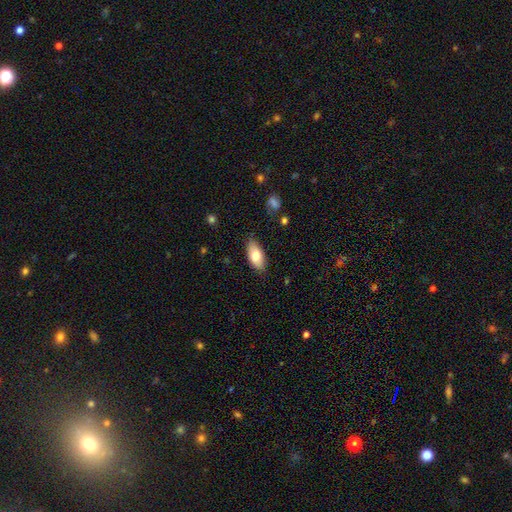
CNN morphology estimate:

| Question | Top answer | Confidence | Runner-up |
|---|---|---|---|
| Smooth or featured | smooth | 75% | featured or disk (18%) |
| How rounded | in between | 91% | cigar-shaped (7%) |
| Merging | none | 83% | minor disturbance (13%) |